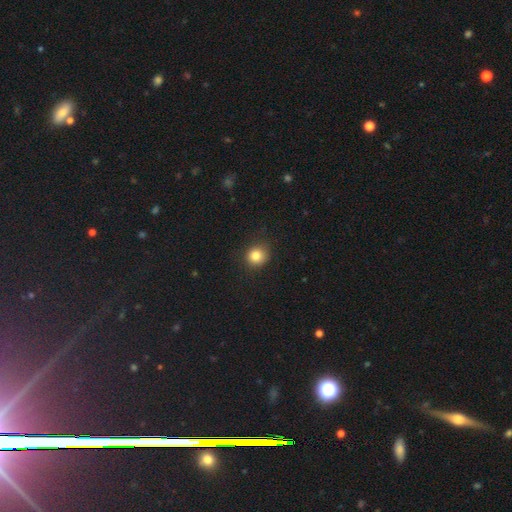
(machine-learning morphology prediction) smooth-or-featured: smooth: 82% | star or artifact: 12% | featured or disk: 6%
  how-rounded: round: 86% | in between: 13% | cigar-shaped: 1%
  merging: none: 84% | minor disturbance: 12% | major disturbance: 3% | merger: 1%